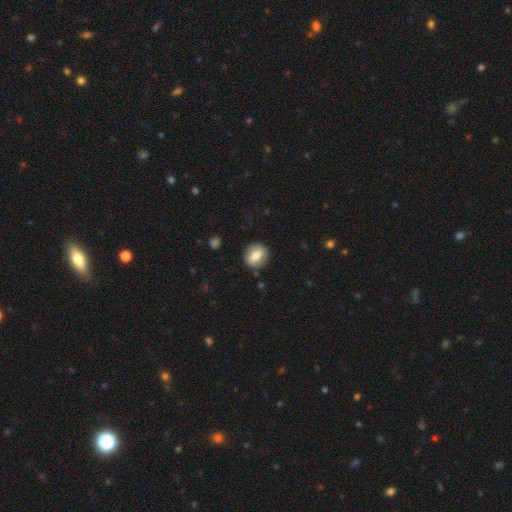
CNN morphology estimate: type=smooth (70%); roundness=round (82%); merging=none (86%).